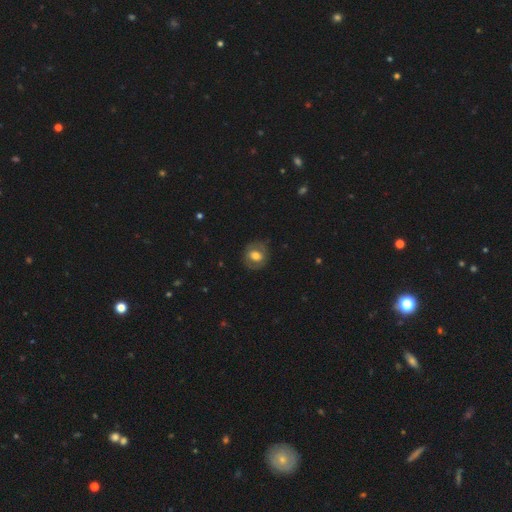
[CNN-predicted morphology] A smooth galaxy with no disk features (54%) that is round (69%).

Vote fractions:
- Smooth or featured? smooth: 54% / featured or disk: 39% / star or artifact: 8%
- How rounded? round: 69% / in between: 30% / cigar-shaped: 1%
- Merging? none: 80% / minor disturbance: 13% / major disturbance: 6% / merger: 1%